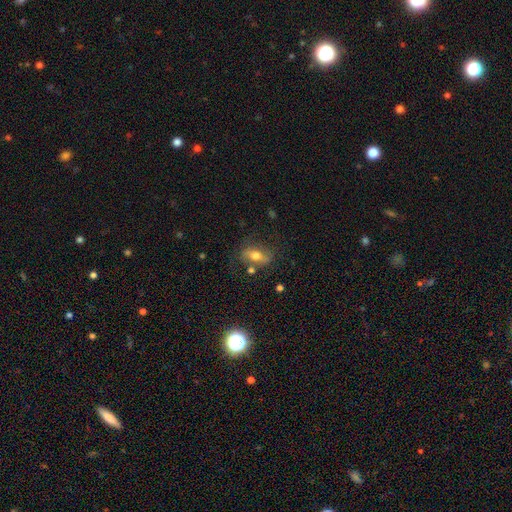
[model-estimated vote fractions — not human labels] smooth 55%, featured or disk 33%, star or artifact 11%. Down the decision tree: how rounded — in between (79%); merging — none (64%).